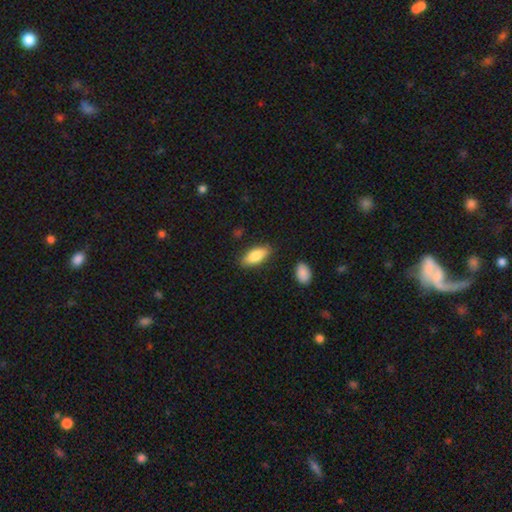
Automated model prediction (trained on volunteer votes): This appears to be a smooth galaxy with no disk features (82%) that is in between round and cigar-shaped (81%). Merging: none (84%).